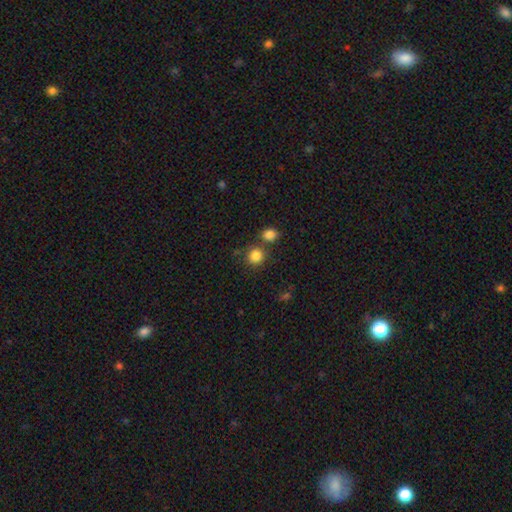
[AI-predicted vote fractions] This appears to be a smooth galaxy with no disk features (84%) that is round (89%). Merging: none (69%).